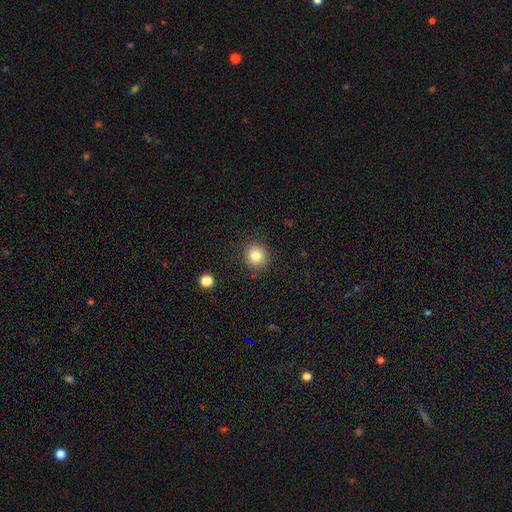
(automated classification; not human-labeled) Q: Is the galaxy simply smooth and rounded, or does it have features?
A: smooth — 82%.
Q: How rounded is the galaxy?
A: round — 91%.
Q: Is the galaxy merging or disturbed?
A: none — 88%.